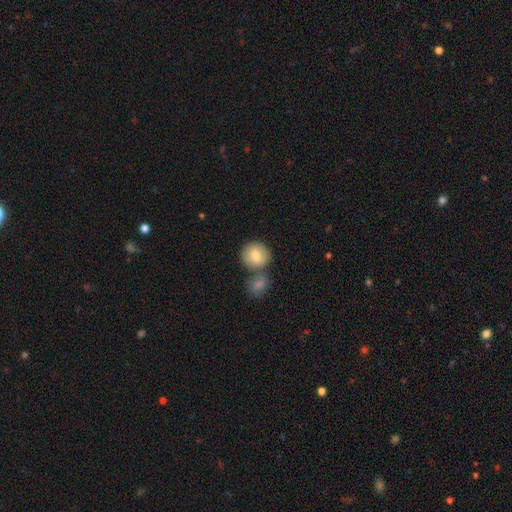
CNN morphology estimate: The model was most divided on "merging": none: 54%, merger: 33%, minor disturbance: 9%, major disturbance: 3%. More confident: how rounded — round (84%); smooth or featured — smooth (81%).